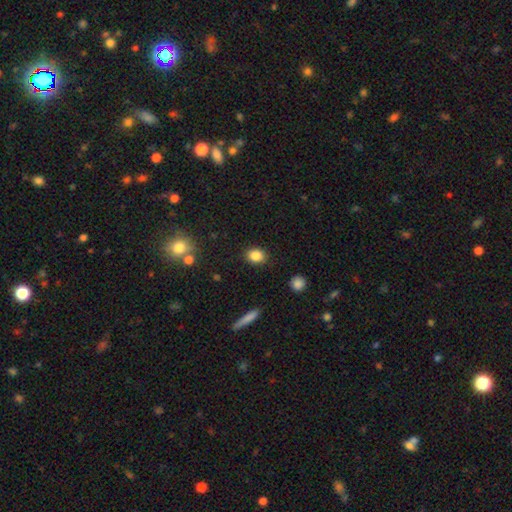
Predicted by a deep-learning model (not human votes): Smooth or featured?
  - smooth: 85% *
  - star or artifact: 10%
  - featured or disk: 5%
How rounded?
  - in between: 53% *
  - round: 46%
  - cigar-shaped: 2%
Merging?
  - none: 88% *
  - minor disturbance: 8%
  - major disturbance: 2%
  - merger: 2%